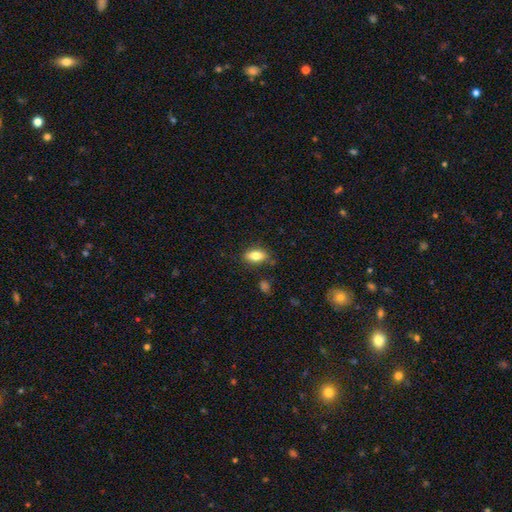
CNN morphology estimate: smooth_or_featured: smooth (p=0.79) [alt: featured or disk p=0.13]
how_rounded: in between (p=0.85) [alt: cigar-shaped p=0.09]
merging: none (p=0.81) [alt: minor disturbance p=0.13]